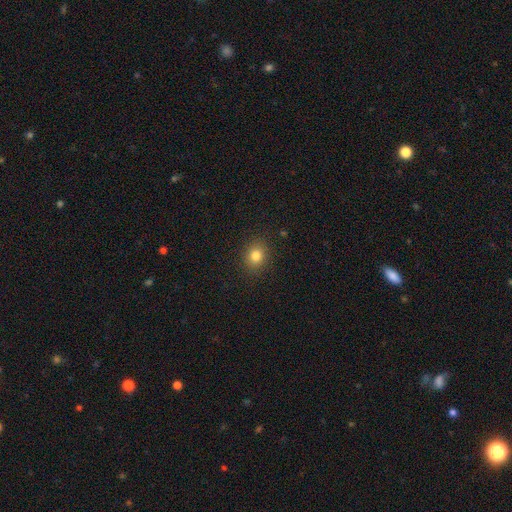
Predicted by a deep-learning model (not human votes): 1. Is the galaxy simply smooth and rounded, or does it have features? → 81% smooth, 13% star or artifact, 6% featured or disk.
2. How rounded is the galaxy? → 68% round, 31% in between, 1% cigar-shaped.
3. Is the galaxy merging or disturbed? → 89% none, 7% minor disturbance, 2% major disturbance, 1% merger.